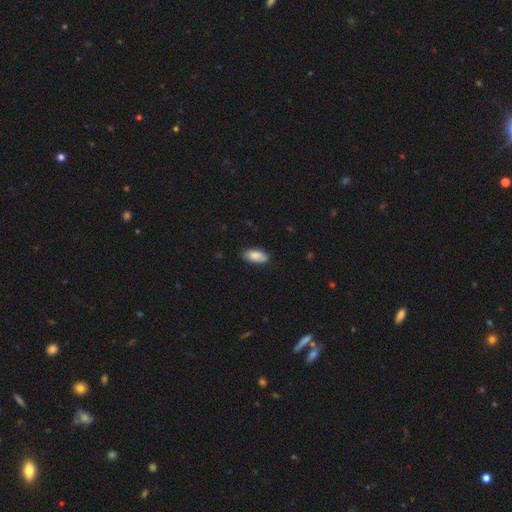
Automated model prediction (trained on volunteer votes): This is clearly a smooth galaxy (82%). How rounded: clearly in between (90%). Merging: likely none (77%).